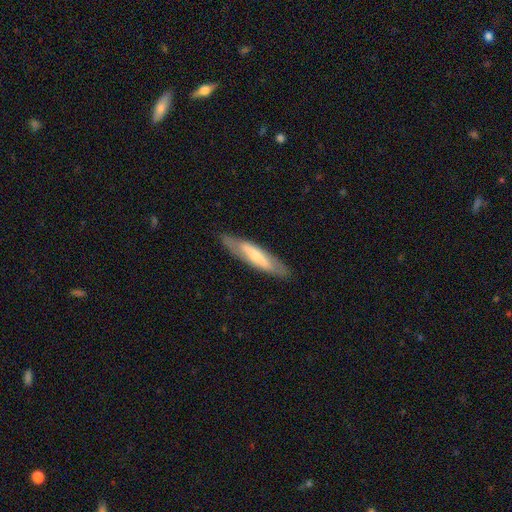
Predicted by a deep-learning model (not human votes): The model was most divided on "edge-on disk": yes: 56%, no: 44%. More confident: merging — none (83%); smooth or featured — featured or disk (54%).